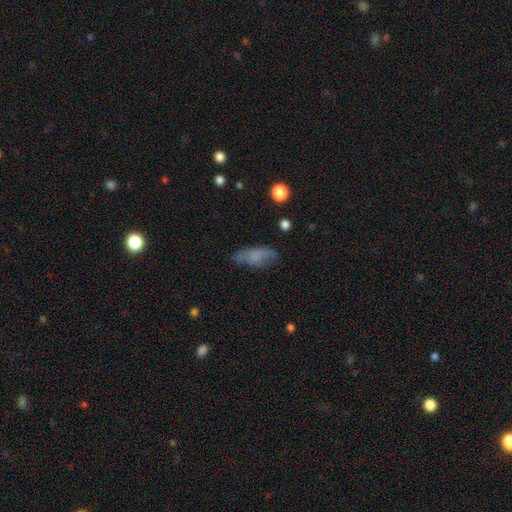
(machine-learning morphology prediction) smooth_or_featured: smooth (p=0.67) [alt: featured or disk p=0.23]
how_rounded: in between (p=0.67) [alt: cigar-shaped p=0.30]
merging: none (p=0.65) [alt: minor disturbance p=0.24]